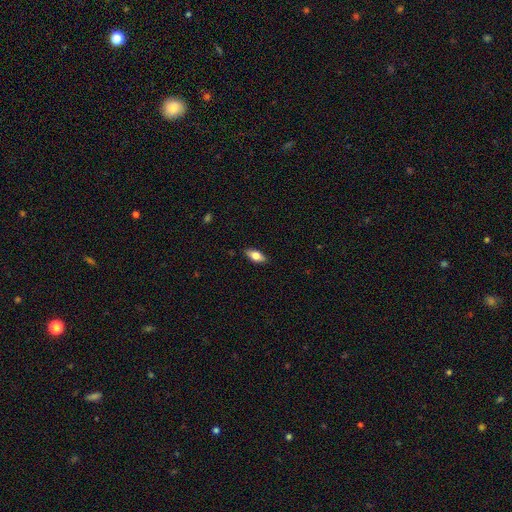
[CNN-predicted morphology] Q: Smooth or featured?
A: smooth (71%); runner-up: featured or disk (23%)
Q: How rounded?
A: in between (82%); runner-up: cigar-shaped (15%)
Q: Merging?
A: none (87%); runner-up: minor disturbance (10%)